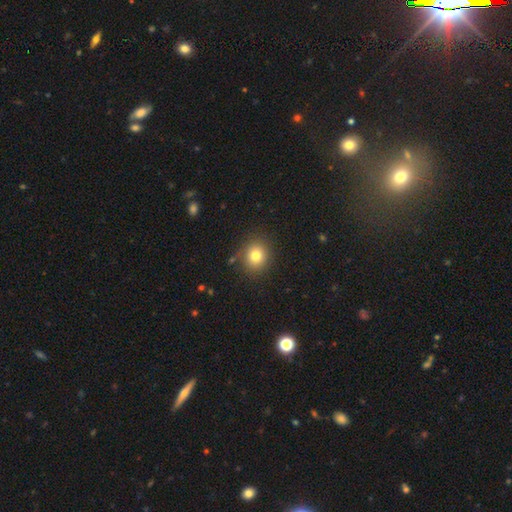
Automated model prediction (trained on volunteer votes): Smooth or featured? Predicted: smooth (p=0.79). How rounded? Predicted: round (p=0.80). Merging? Predicted: none (p=0.85).